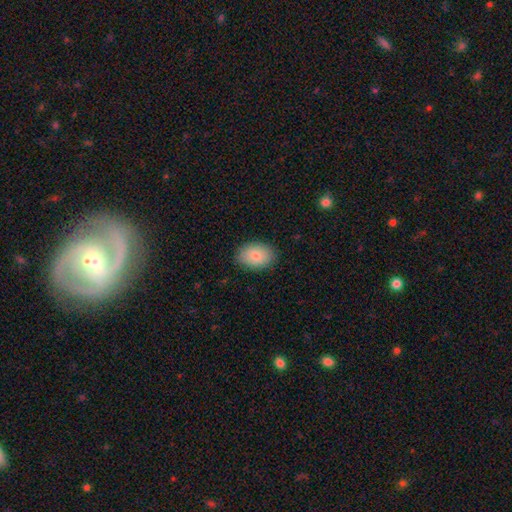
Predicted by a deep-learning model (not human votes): A smooth galaxy with no disk features (84%) that is in between round and cigar-shaped (83%).

Vote fractions:
- Smooth or featured? smooth: 84% / featured or disk: 9% / star or artifact: 7%
- How rounded? in between: 83% / round: 16% / cigar-shaped: 1%
- Merging? none: 87% / minor disturbance: 10% / major disturbance: 2% / merger: 1%